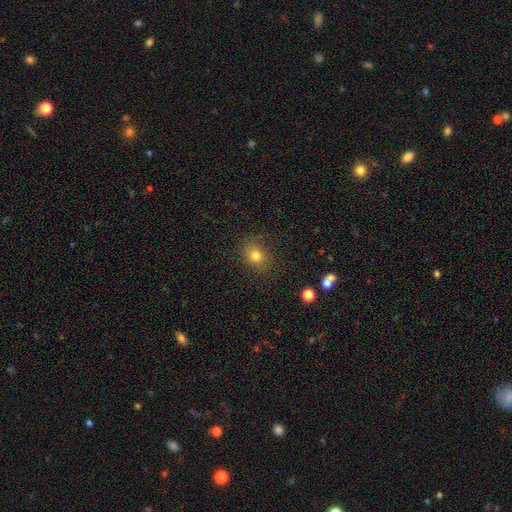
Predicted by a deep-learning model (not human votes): A smooth galaxy with no disk features (77%) that is round (61%). Merging: none (83%).